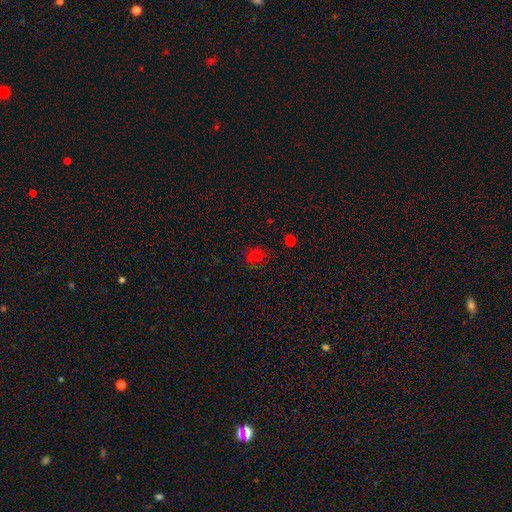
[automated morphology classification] A smooth galaxy with no disk features (71%) that is round (64%). Merging: none (73%).